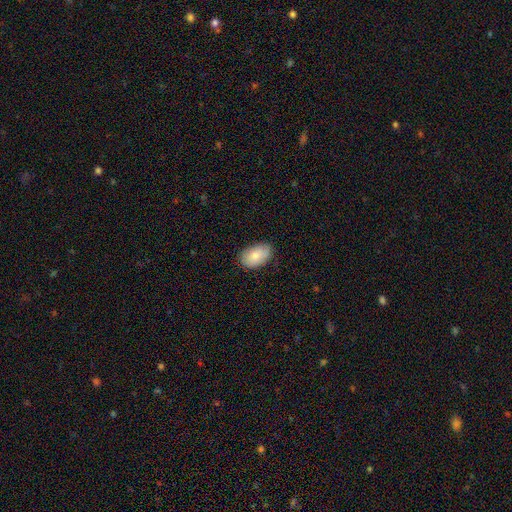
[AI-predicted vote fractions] Morphology: type=smooth (82%); roundness=in between (91%); merging=none (80%).